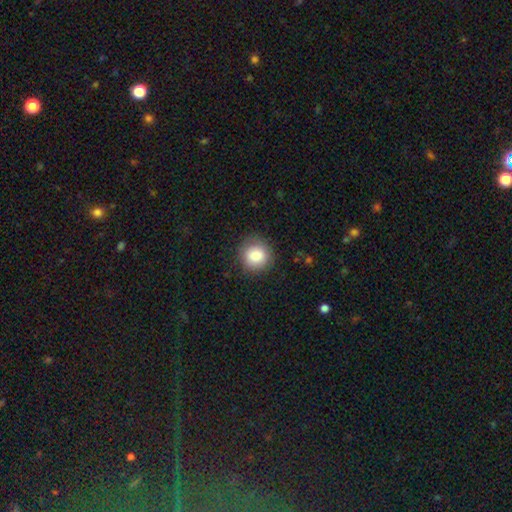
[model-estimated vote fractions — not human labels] This appears to be a smooth galaxy with no disk features (84%) that is round (89%). Merging: none (85%).